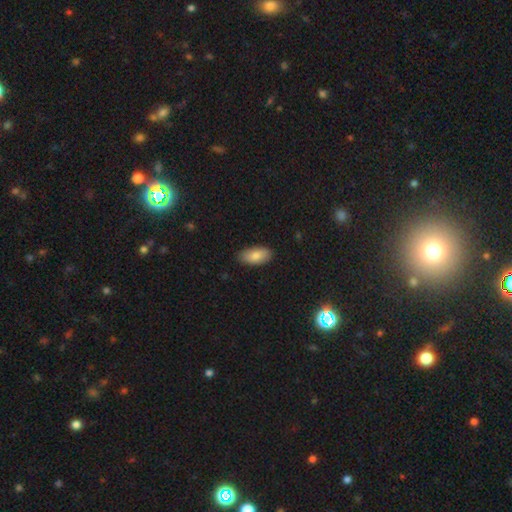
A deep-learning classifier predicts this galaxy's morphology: smooth 84%, featured or disk 10%, star or artifact 6%. Down the decision tree: how rounded — in between (92%); merging — none (85%).